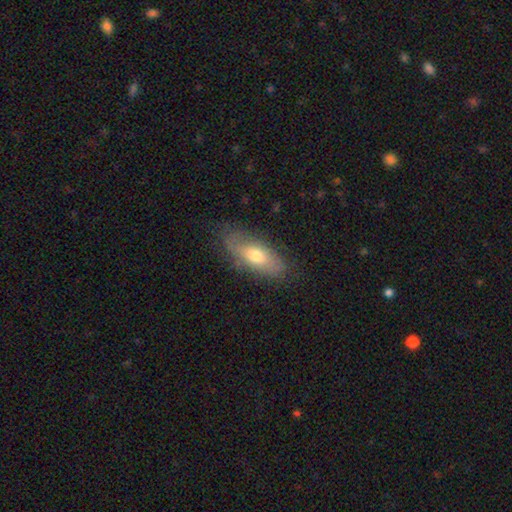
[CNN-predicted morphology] Q: Smooth or featured?
A: smooth (62%); runner-up: featured or disk (31%)
Q: How rounded?
A: in between (80%); runner-up: cigar-shaped (16%)
Q: Merging?
A: none (71%); runner-up: minor disturbance (21%)